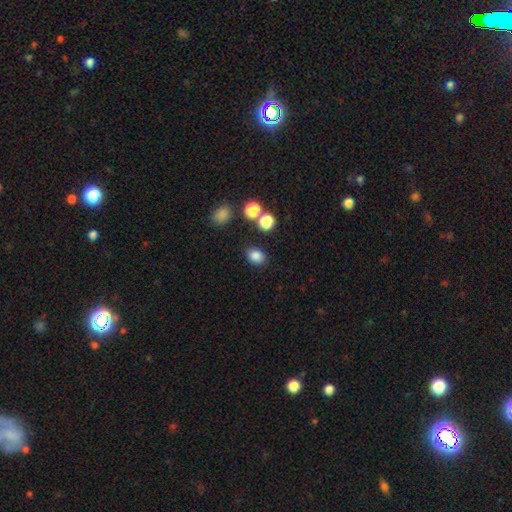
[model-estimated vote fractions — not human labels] Smooth or featured: smooth — 84% (star or artifact — 12%)
How rounded: in between — 57% (round — 42%)
Merging: none — 81% (minor disturbance — 10%)